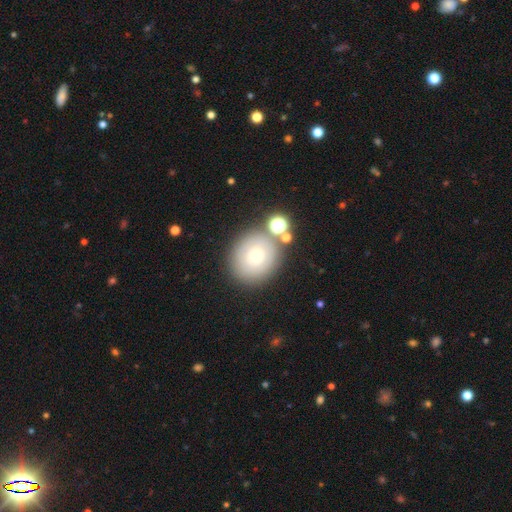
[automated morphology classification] This appears to be a smooth galaxy with no disk features (60%) that is round (81%). Merging: none (73%).